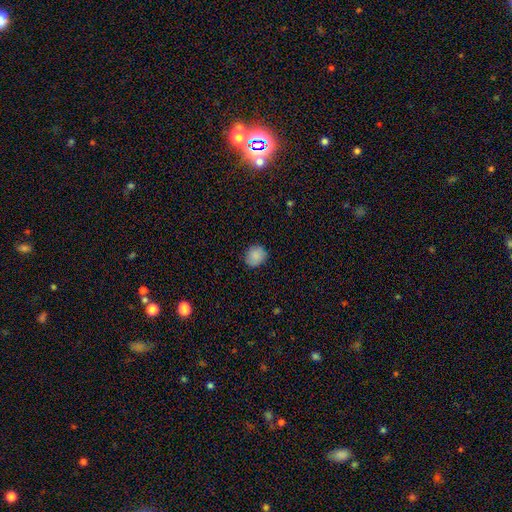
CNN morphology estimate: Smooth or featured?
  - smooth: 87% *
  - star or artifact: 8%
  - featured or disk: 5%
How rounded?
  - round: 70% *
  - in between: 29%
  - cigar-shaped: 1%
Merging?
  - none: 85% *
  - minor disturbance: 12%
  - major disturbance: 2%
  - merger: 1%